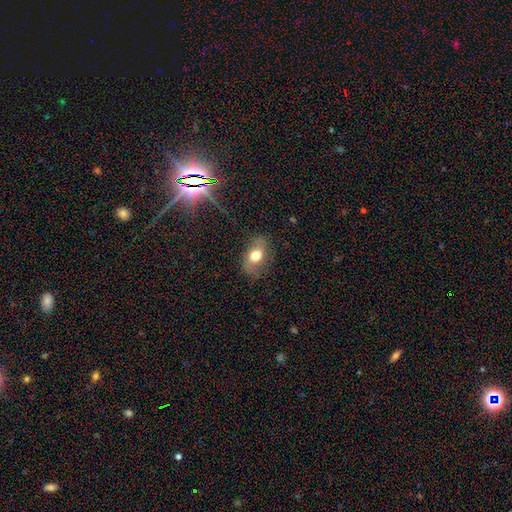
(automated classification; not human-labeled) Smooth or featured?
  - smooth: 66% *
  - featured or disk: 24%
  - star or artifact: 10%
How rounded?
  - in between: 83% *
  - round: 15%
  - cigar-shaped: 2%
Merging?
  - none: 76% *
  - minor disturbance: 17%
  - major disturbance: 6%
  - merger: 1%